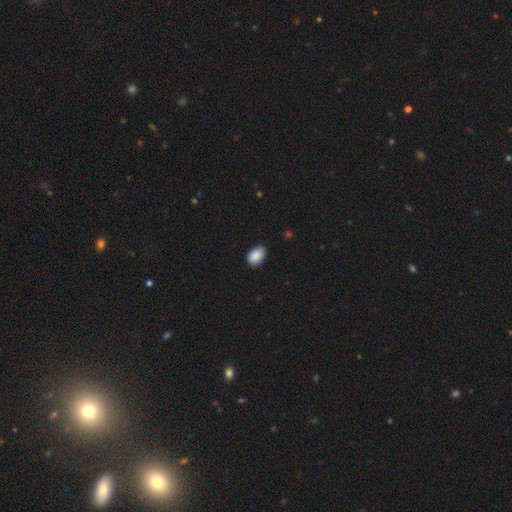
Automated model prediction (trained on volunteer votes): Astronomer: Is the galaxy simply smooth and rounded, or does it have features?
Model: smooth — 89%.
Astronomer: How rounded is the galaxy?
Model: in between — 89%.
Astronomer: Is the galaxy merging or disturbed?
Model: none — 81%.